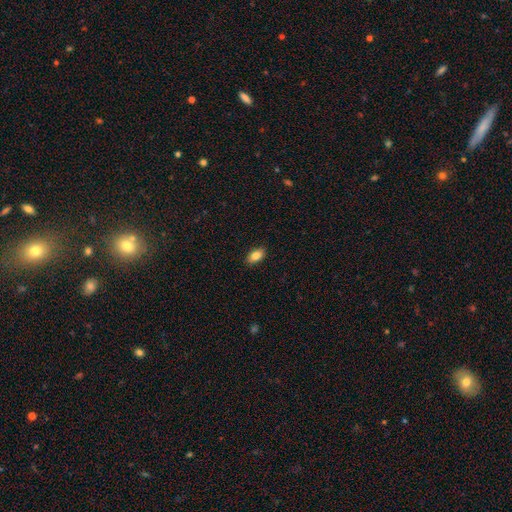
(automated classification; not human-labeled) Smooth or featured? Predicted: smooth (p=0.85). How rounded? Predicted: in between (p=0.91). Merging? Predicted: none (p=0.89).